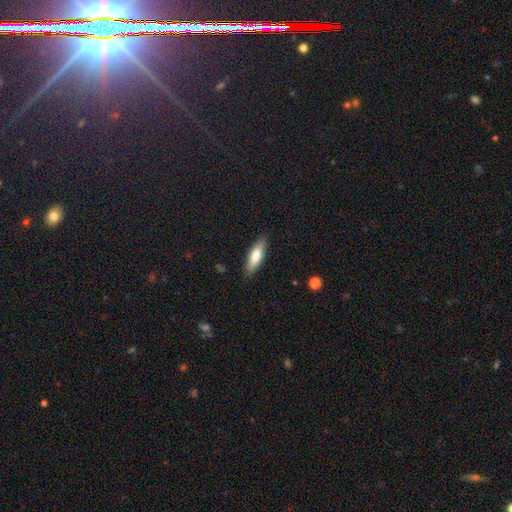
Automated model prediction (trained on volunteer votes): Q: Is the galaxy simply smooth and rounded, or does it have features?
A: smooth — 74%.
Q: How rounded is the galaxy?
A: cigar-shaped — 54%.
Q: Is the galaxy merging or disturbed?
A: none — 87%.